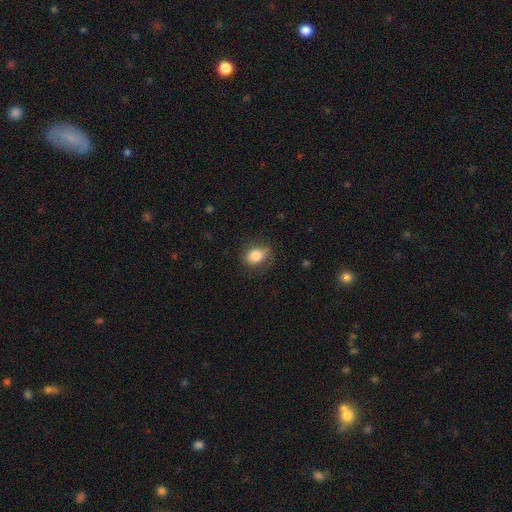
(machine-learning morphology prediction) type=smooth (82%); roundness=in between (71%); merging=none (77%).